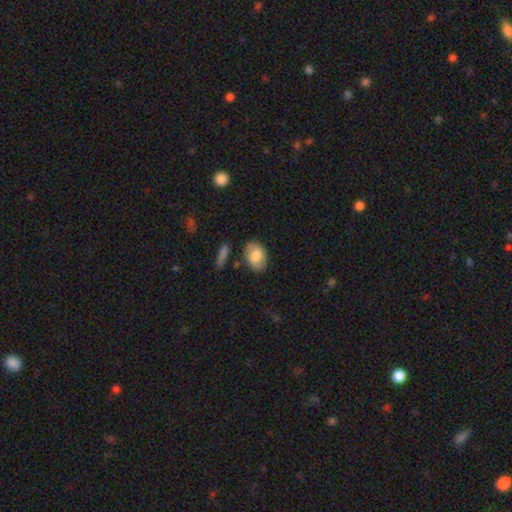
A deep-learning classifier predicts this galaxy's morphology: type=smooth (72%); roundness=in between (83%); merging=none (76%).